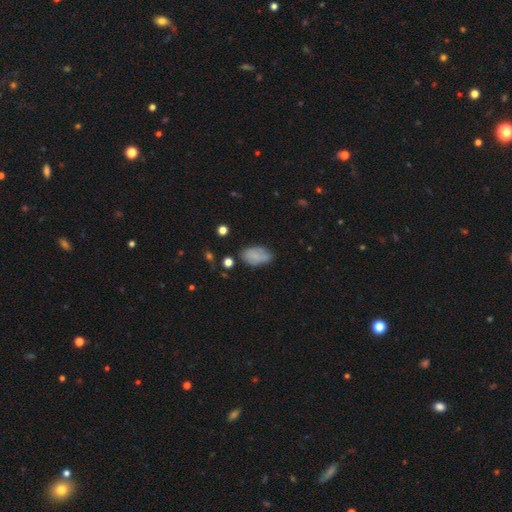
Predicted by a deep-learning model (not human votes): Smooth or featured?
  - smooth: 73% *
  - featured or disk: 18%
  - star or artifact: 9%
How rounded?
  - in between: 92% *
  - round: 6%
  - cigar-shaped: 2%
Merging?
  - none: 63% *
  - minor disturbance: 26%
  - major disturbance: 7%
  - merger: 4%